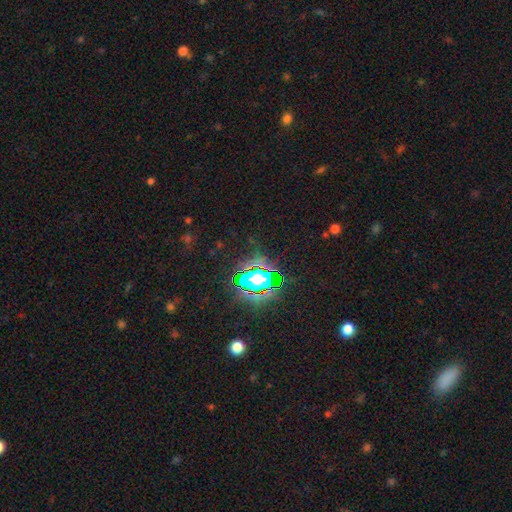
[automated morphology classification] A star or artifact, not a galaxy (72%).